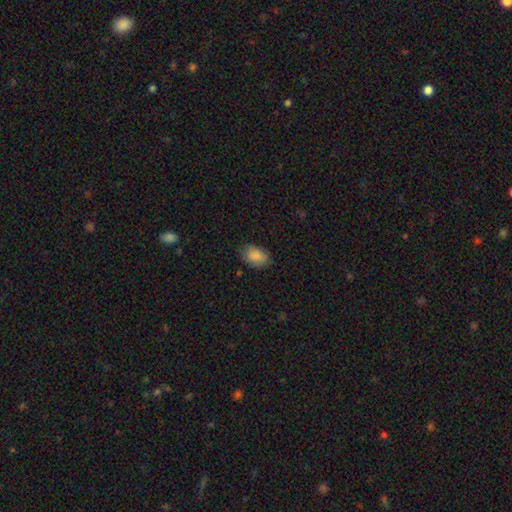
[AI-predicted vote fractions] This is clearly a smooth galaxy (87%). How rounded: clearly in between (87%). Merging: likely none (80%).